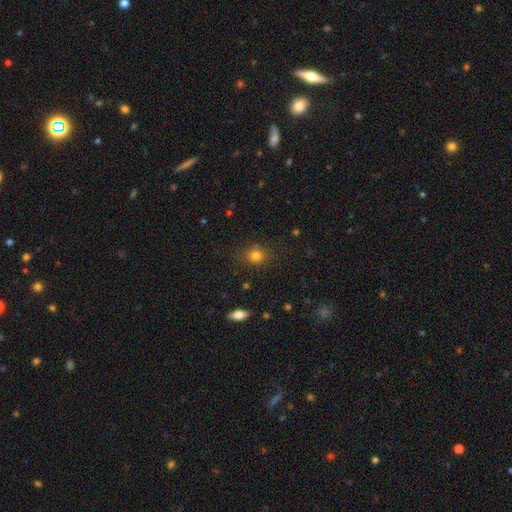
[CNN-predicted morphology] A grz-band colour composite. It shows a smooth galaxy with no disk features (78%) that is round (65%). Merging: none (75%).